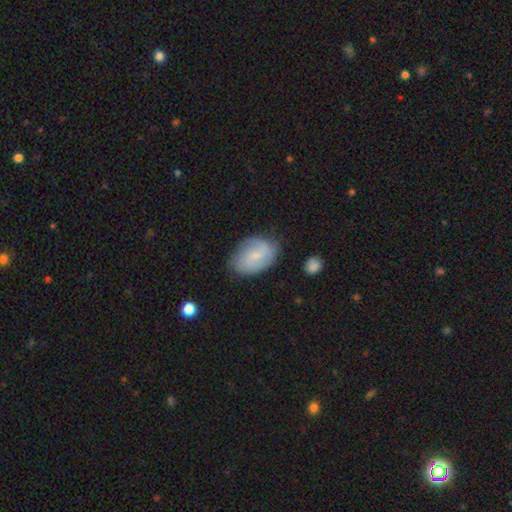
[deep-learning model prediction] Smooth or featured?
  - smooth: 47% *
  - featured or disk: 46%
  - star or artifact: 7%
Merging?
  - none: 69% *
  - minor disturbance: 24%
  - major disturbance: 6%
  - merger: 2%